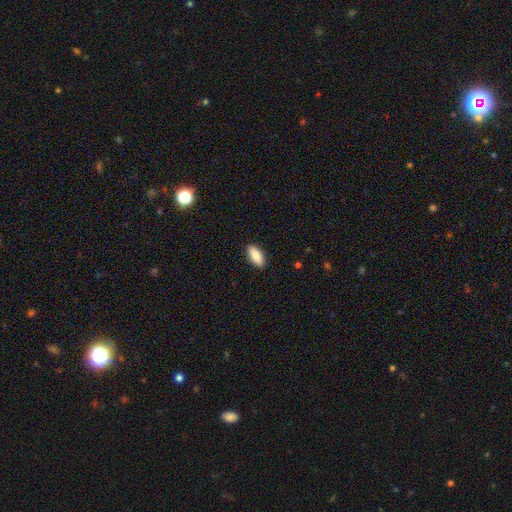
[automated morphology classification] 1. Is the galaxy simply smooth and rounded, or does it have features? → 86% smooth, 8% featured or disk, 6% star or artifact.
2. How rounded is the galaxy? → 80% in between, 18% cigar-shaped, 2% round.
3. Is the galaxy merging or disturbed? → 90% none, 7% minor disturbance, 2% major disturbance, 1% merger.